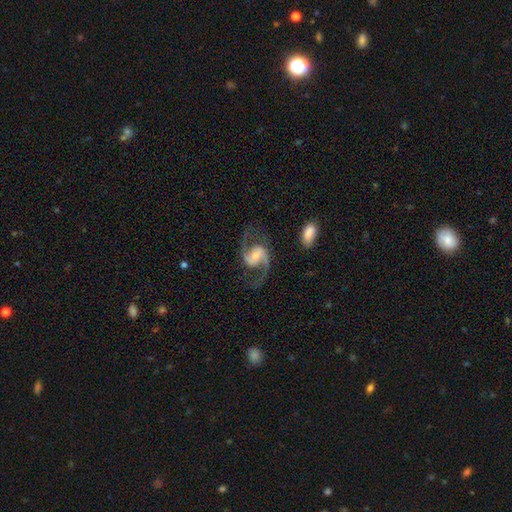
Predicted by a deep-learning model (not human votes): Smooth or featured? Predicted: featured or disk (p=0.91). Edge-on disk? Predicted: no (p=0.98). Bar? Predicted: weak (p=0.44). Spiral arms? Predicted: yes (p=0.98). Spiral winding? Predicted: medium (p=0.50). Spiral arm count? Predicted: 2 (p=0.94). Bulge size? Predicted: small (p=0.46). Merging? Predicted: none (p=0.76).